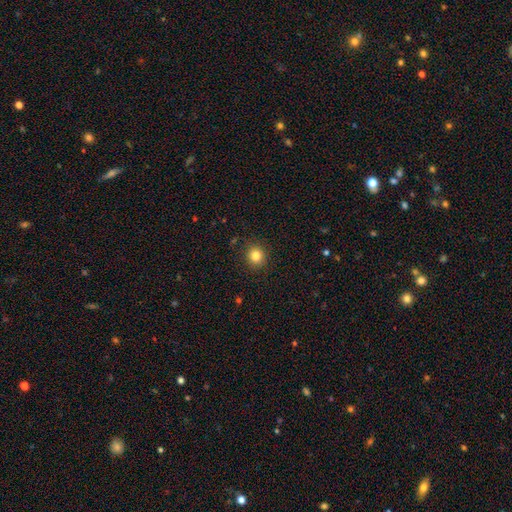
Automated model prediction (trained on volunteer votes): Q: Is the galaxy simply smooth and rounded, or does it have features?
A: smooth — 83%.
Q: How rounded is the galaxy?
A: round — 89%.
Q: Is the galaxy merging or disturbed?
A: none — 90%.